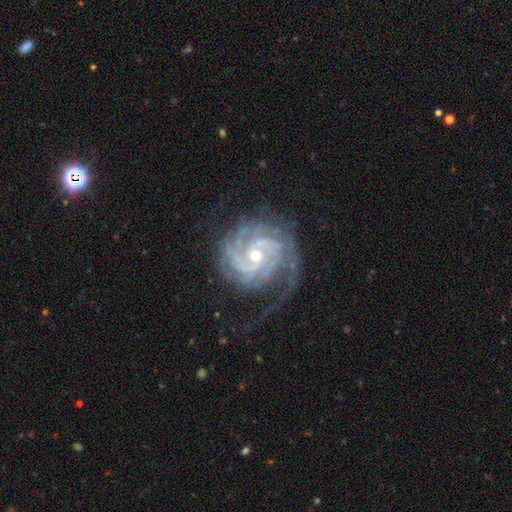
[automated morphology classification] A featured or disk galaxy (91%) with no bar (60%), 2 (34%) tight (64%) spiral arms (98%) and a small central bulge (49%). Merging: none (62%).